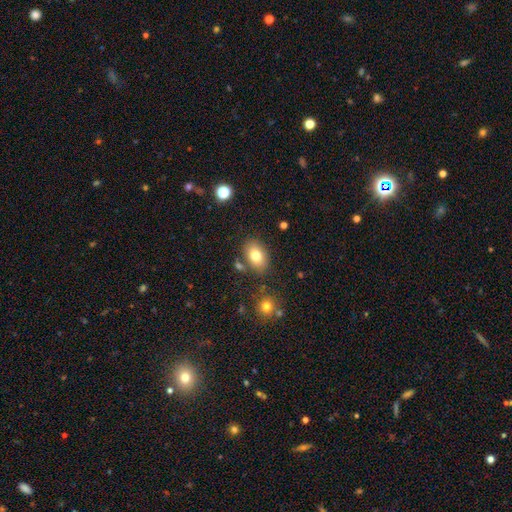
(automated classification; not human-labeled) smooth 79%, featured or disk 12%, star or artifact 9%. Down the decision tree: how rounded — in between (85%); merging — none (77%).